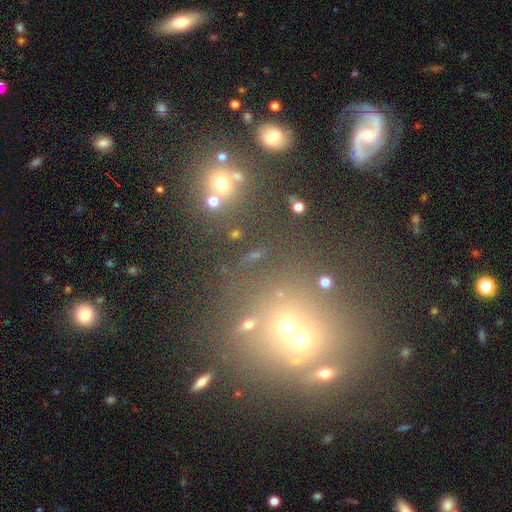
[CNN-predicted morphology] smooth-or-featured: smooth: 44% | star or artifact: 40% | featured or disk: 17%
  merging: none: 60% | merger: 24% | minor disturbance: 10% | major disturbance: 6%